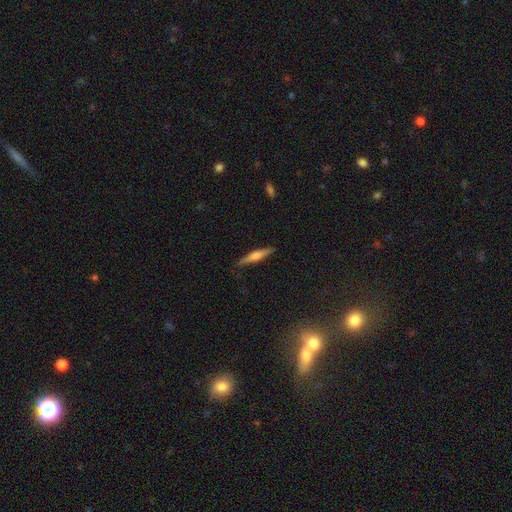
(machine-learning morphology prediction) Q: Smooth or featured?
A: smooth (49%); runner-up: featured or disk (45%)
Q: Merging?
A: none (87%); runner-up: minor disturbance (9%)